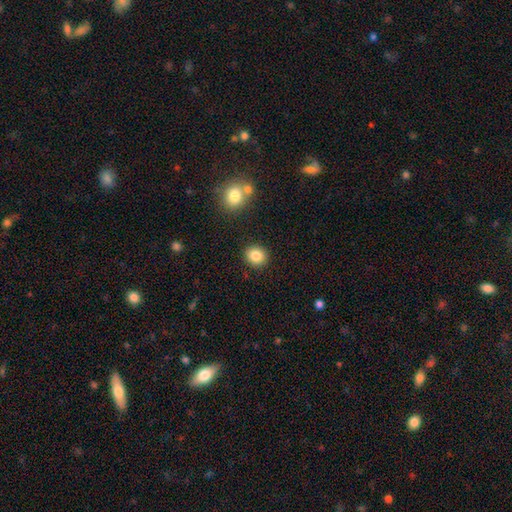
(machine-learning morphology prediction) The model was most divided on "how rounded": round: 79%, in between: 20%, cigar-shaped: 1%. More confident: merging — none (89%); smooth or featured — smooth (85%).